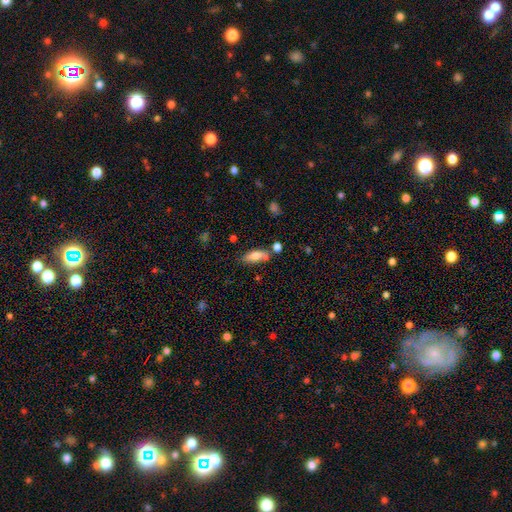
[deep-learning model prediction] Smooth or featured? Predicted: smooth (p=0.75). How rounded? Predicted: in between (p=0.75). Merging? Predicted: none (p=0.59).